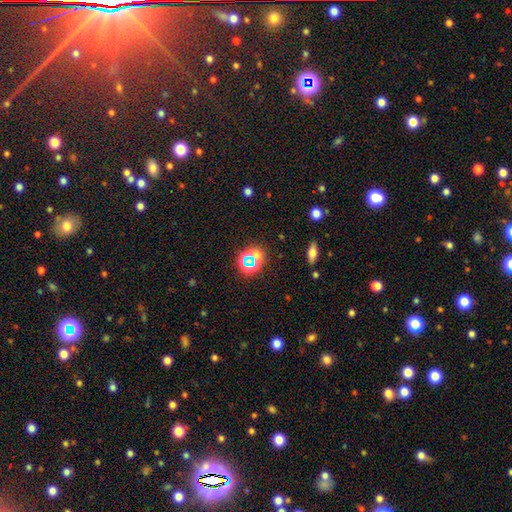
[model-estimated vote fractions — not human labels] star or artifact 58%, smooth 32%, featured or disk 10%.